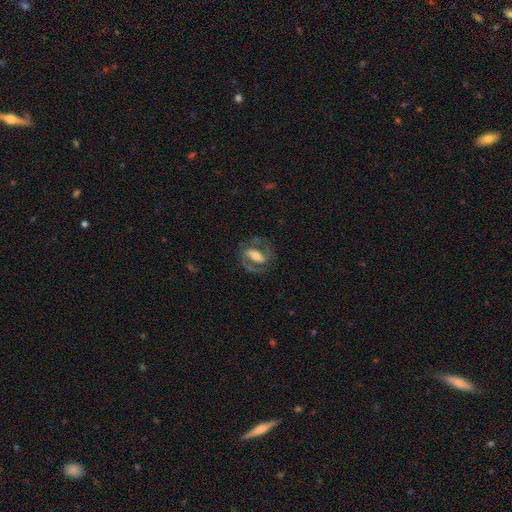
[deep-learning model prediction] Overall: featured or disk (80%). Edge-on disk: no (95%). Bar: strong (54%; weak 29%). Spiral arms: yes (90%). Spiral arm count: 2 (87%). Spiral winding: medium (54%; tight 30%). Bulge size: moderate (52%; small 30%). Merging: none (73%).